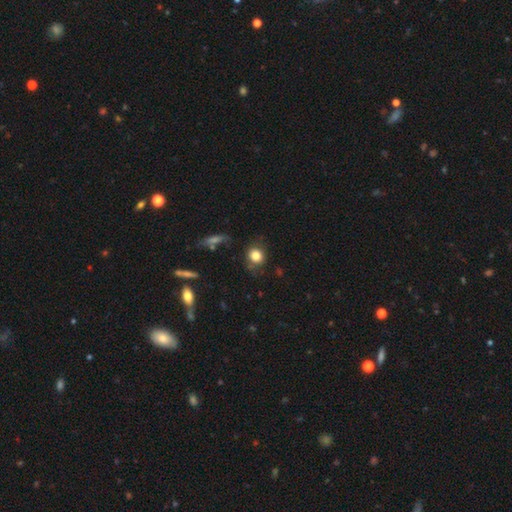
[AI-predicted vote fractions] The model was most divided on "how rounded": round: 77%, in between: 21%, cigar-shaped: 1%. More confident: smooth or featured — smooth (81%); merging — none (75%).